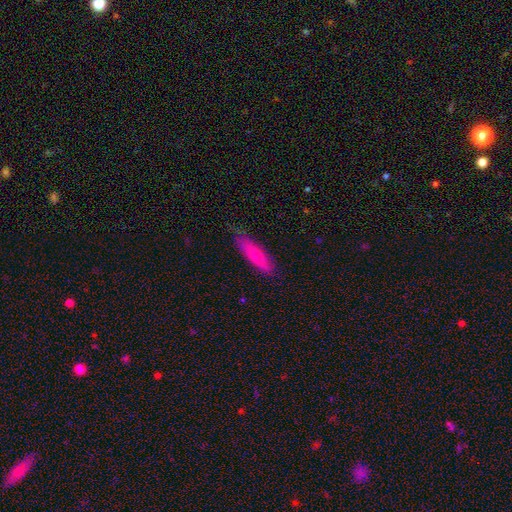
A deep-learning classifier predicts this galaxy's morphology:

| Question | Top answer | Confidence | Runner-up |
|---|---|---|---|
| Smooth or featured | smooth | 69% | featured or disk (25%) |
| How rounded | cigar-shaped | 70% | in between (28%) |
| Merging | none | 73% | minor disturbance (22%) |